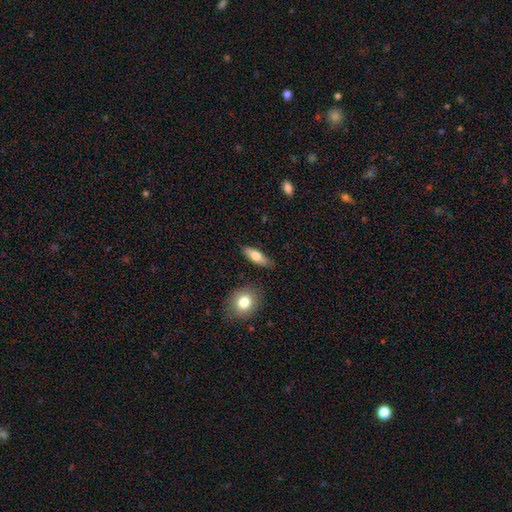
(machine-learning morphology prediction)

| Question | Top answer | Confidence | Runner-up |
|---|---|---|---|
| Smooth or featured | smooth | 69% | featured or disk (25%) |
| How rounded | in between | 56% | cigar-shaped (41%) |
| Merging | none | 84% | minor disturbance (11%) |